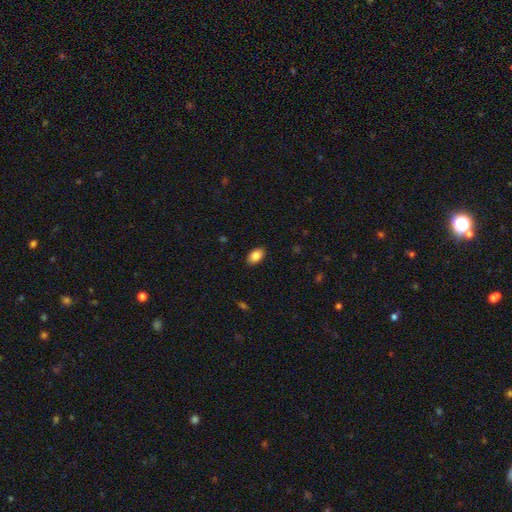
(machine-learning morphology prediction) type=smooth (86%); roundness=in between (90%); merging=none (88%).